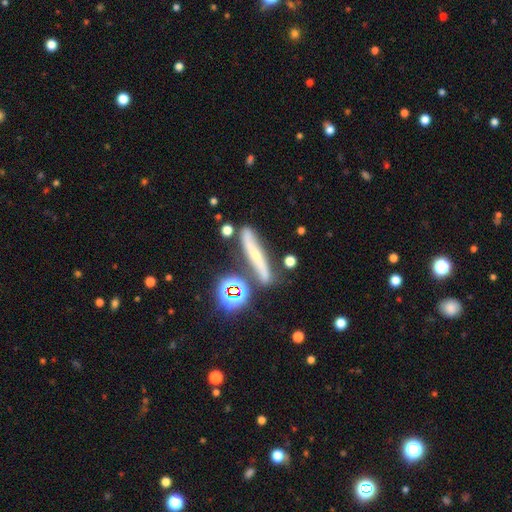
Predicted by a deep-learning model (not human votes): Morphology: type=featured or disk (55%); edge-on=yes (64%); merging=none (71%).